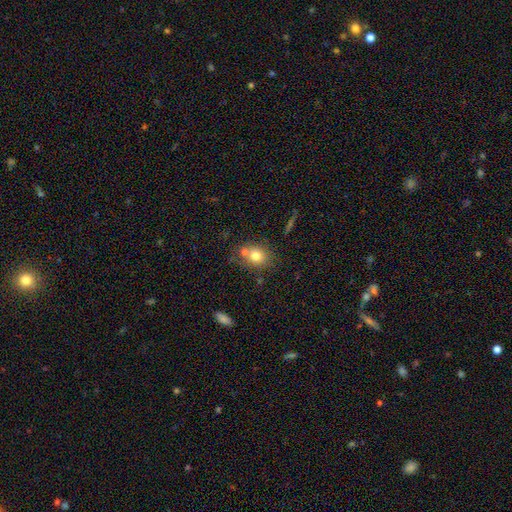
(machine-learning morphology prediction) Smooth or featured?
  - smooth: 75% *
  - featured or disk: 13%
  - star or artifact: 12%
How rounded?
  - round: 64% *
  - in between: 35%
  - cigar-shaped: 1%
Merging?
  - none: 61% *
  - merger: 22%
  - minor disturbance: 13%
  - major disturbance: 4%